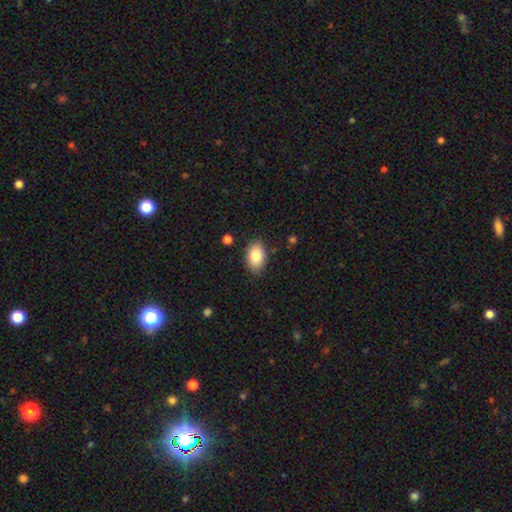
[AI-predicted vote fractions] smooth-or-featured: smooth: 85% | featured or disk: 8% | star or artifact: 7%
  how-rounded: in between: 88% | round: 11% | cigar-shaped: 1%
  merging: none: 85% | minor disturbance: 11% | major disturbance: 2% | merger: 2%